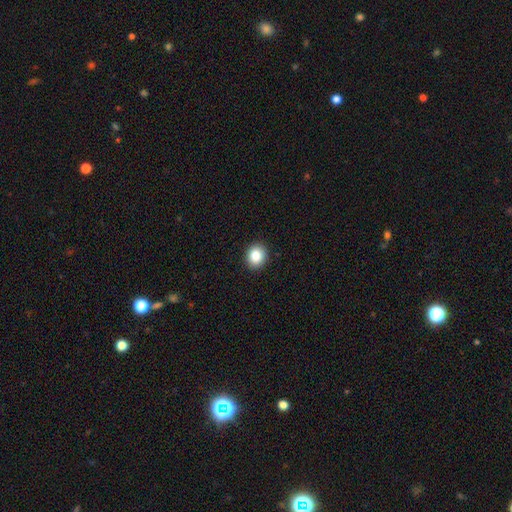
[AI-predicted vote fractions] Smooth or featured? Predicted: smooth (p=0.84). How rounded? Predicted: round (p=0.67). Merging? Predicted: none (p=0.92).